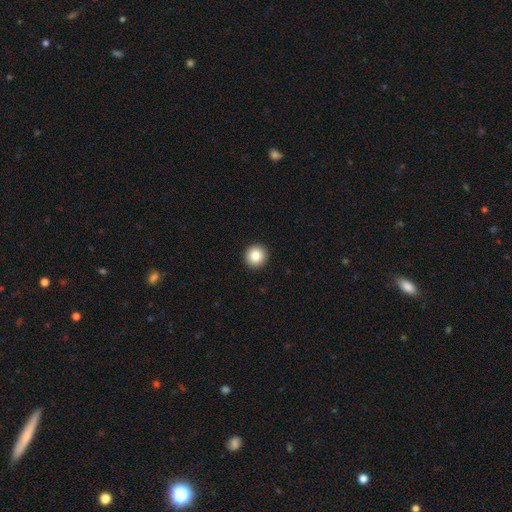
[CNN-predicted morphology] The model was most divided on "smooth or featured": smooth: 86%, star or artifact: 9%, featured or disk: 5%. More confident: how rounded — round (94%); merging — none (93%).